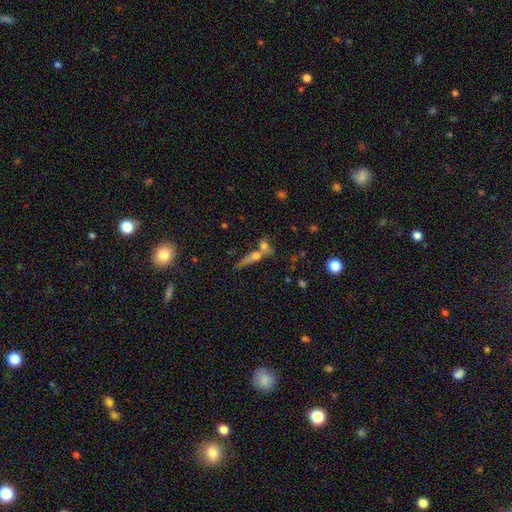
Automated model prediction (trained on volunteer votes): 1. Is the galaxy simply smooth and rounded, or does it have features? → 48% smooth, 36% featured or disk, 16% star or artifact.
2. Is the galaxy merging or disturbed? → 45% merger, 39% none, 10% minor disturbance, 6% major disturbance.